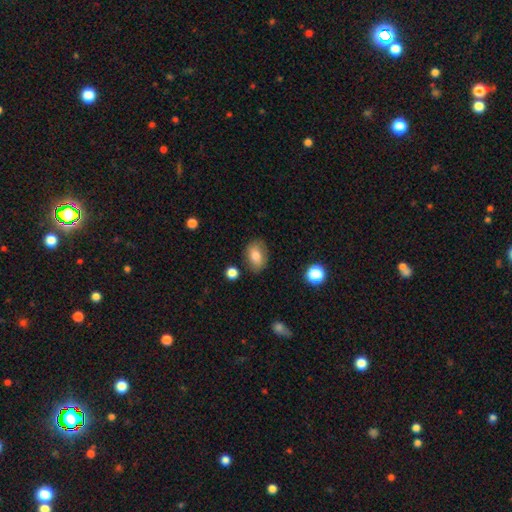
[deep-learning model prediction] The model was most divided on "how rounded": in between: 77%, round: 22%, cigar-shaped: 1%. More confident: merging — none (80%); smooth or featured — smooth (78%).